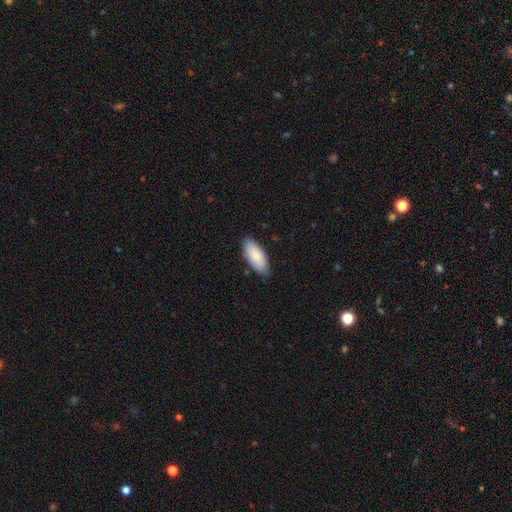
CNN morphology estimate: smooth_or_featured: smooth (p=0.86) [alt: featured or disk p=0.09]
how_rounded: in between (p=0.86) [alt: cigar-shaped p=0.13]
merging: none (p=0.84) [alt: minor disturbance p=0.13]